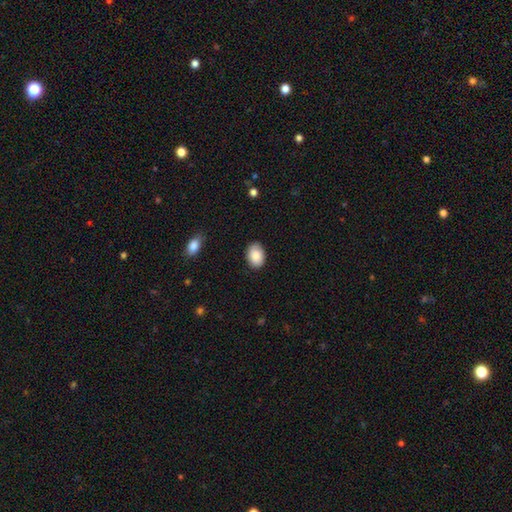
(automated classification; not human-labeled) This is clearly a smooth galaxy (88%). How rounded: clearly in between (82%). Merging: clearly none (86%).